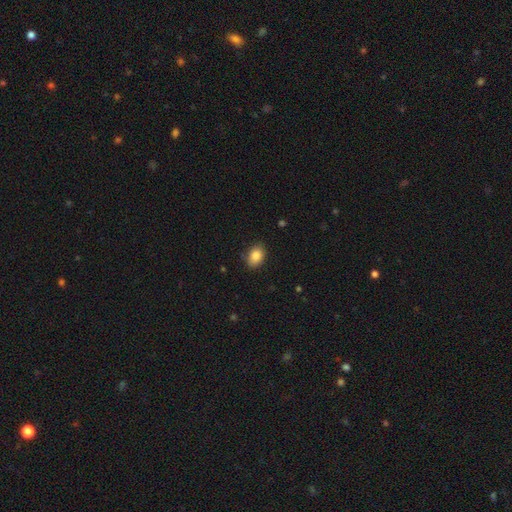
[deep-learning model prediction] smooth_or_featured: smooth (p=0.86) [alt: star or artifact p=0.08]
how_rounded: in between (p=0.79) [alt: round p=0.20]
merging: none (p=0.84) [alt: minor disturbance p=0.12]